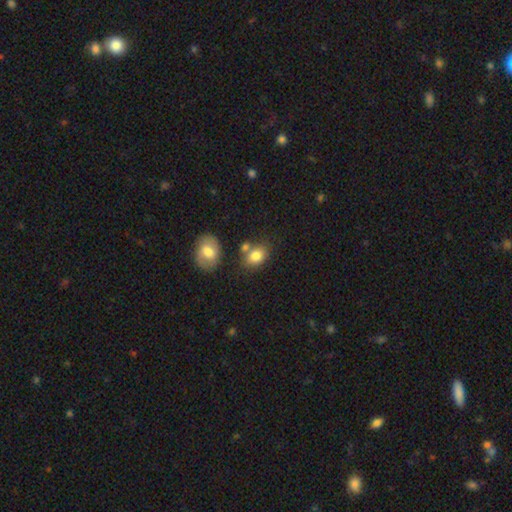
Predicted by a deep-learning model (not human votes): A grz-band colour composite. It shows a smooth galaxy with no disk features (81%) that is in between round and cigar-shaped (70%). Merging: none (58%).